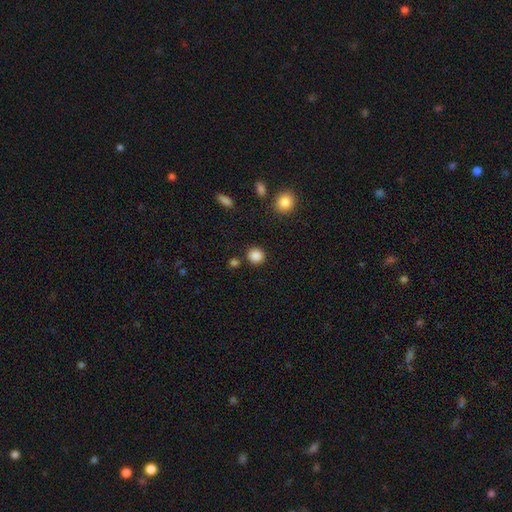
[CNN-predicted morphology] Smooth or featured: smooth — 87% (star or artifact — 10%)
How rounded: round — 89% (in between — 10%)
Merging: none — 85% (minor disturbance — 8%)